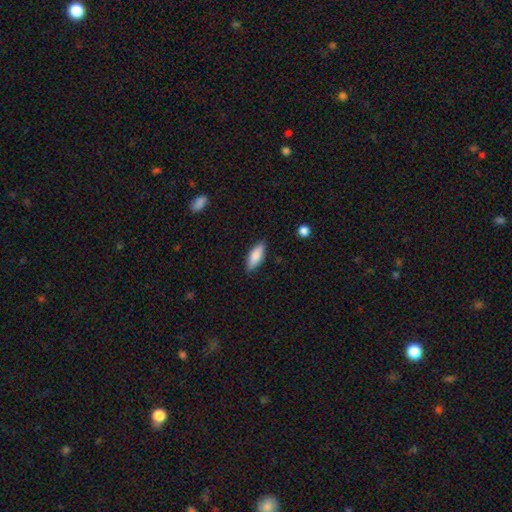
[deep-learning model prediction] Morphology: type=smooth (82%); roundness=in between (66%); merging=none (86%).